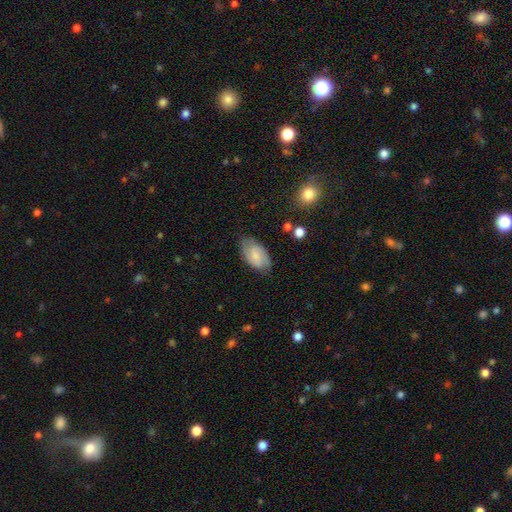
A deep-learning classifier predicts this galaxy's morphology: A smooth galaxy with no disk features (48%).

Vote fractions:
- Smooth or featured? smooth: 48% / featured or disk: 44% / star or artifact: 7%
- Merging? none: 73% / minor disturbance: 21% / major disturbance: 5% / merger: 1%